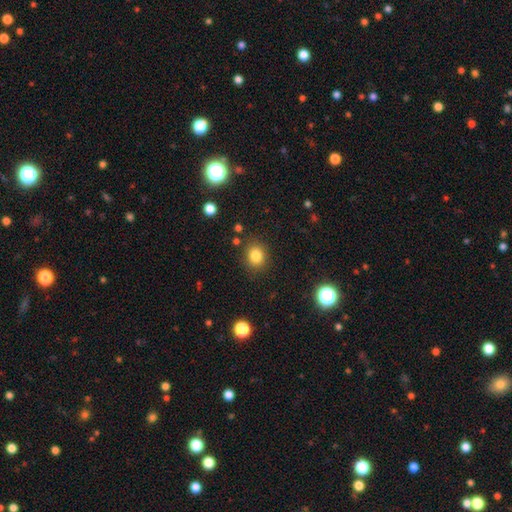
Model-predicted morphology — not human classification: A smooth galaxy with no disk features (83%) that is round (68%). Merging: none (85%).